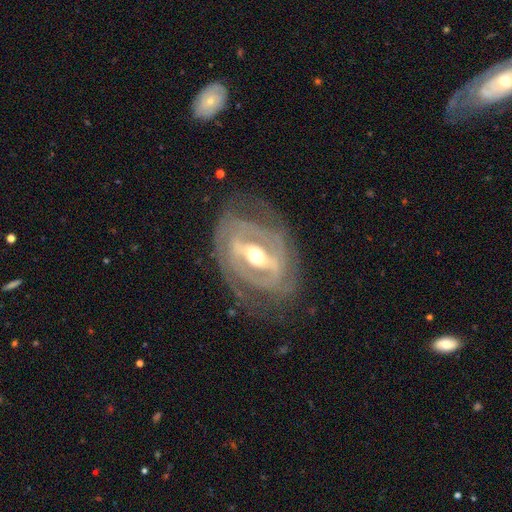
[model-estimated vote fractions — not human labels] This is clearly a featured or disk galaxy (88%). It is clearly not viewed edge-on (91%). Bar: likely strong (63%). Spiral arm pattern: clearly yes (87%). Spiral arm count: marginally 2 (39%). Spiral winding: likely tight (67%). Central bulge: likely moderate (69%). Merging: likely none (73%).